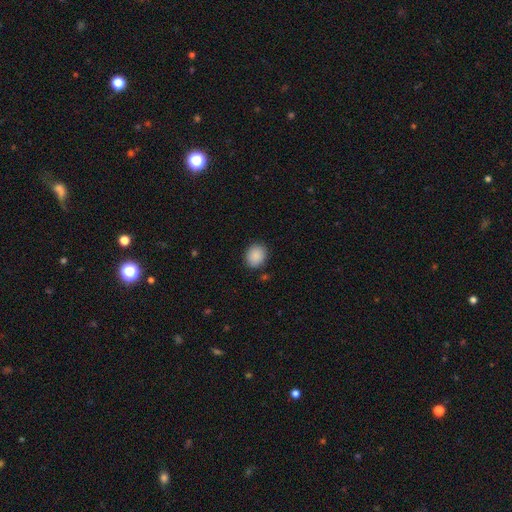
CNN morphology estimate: Smooth or featured?
  - smooth: 89% *
  - star or artifact: 8%
  - featured or disk: 3%
How rounded?
  - round: 63% *
  - in between: 36%
  - cigar-shaped: 1%
Merging?
  - none: 87% *
  - minor disturbance: 9%
  - major disturbance: 2%
  - merger: 1%